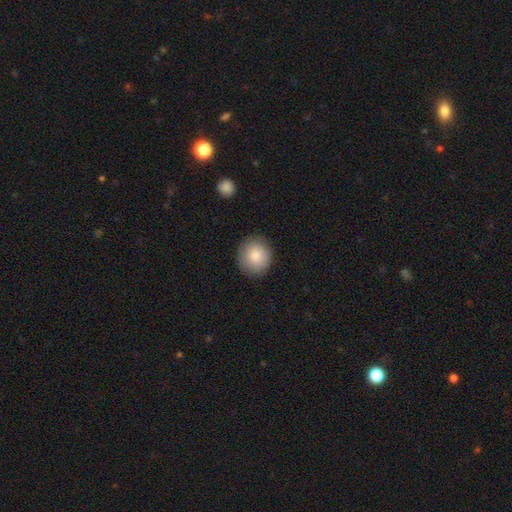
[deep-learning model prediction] Smooth or featured? smooth (84%)
How rounded? round (87%)
Merging? none (88%)